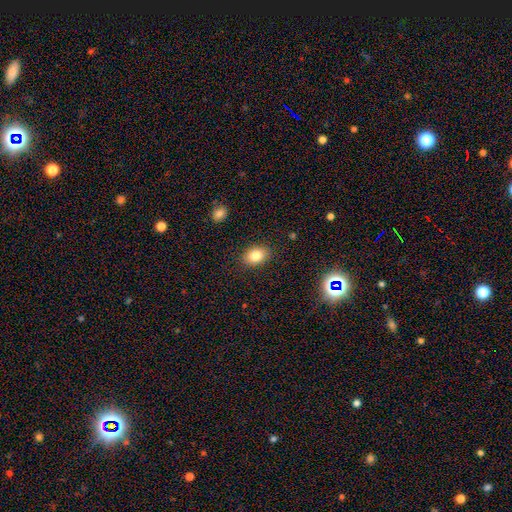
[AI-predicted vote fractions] smooth 82%, star or artifact 10%, featured or disk 8%. Down the decision tree: how rounded — in between (78%); merging — none (87%).